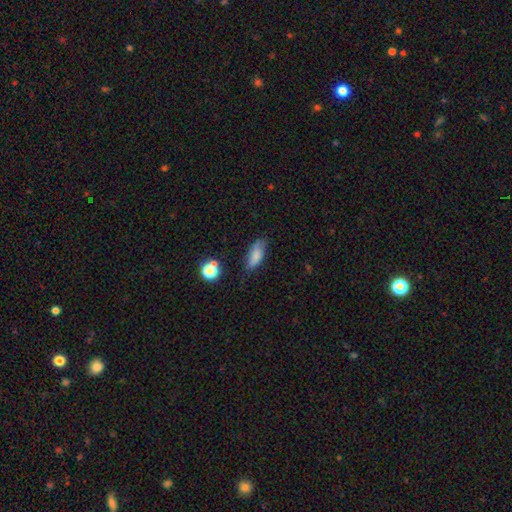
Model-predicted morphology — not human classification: Smooth or featured: smooth — 77% (featured or disk — 13%)
How rounded: in between — 72% (cigar-shaped — 23%)
Merging: none — 63% (minor disturbance — 27%)